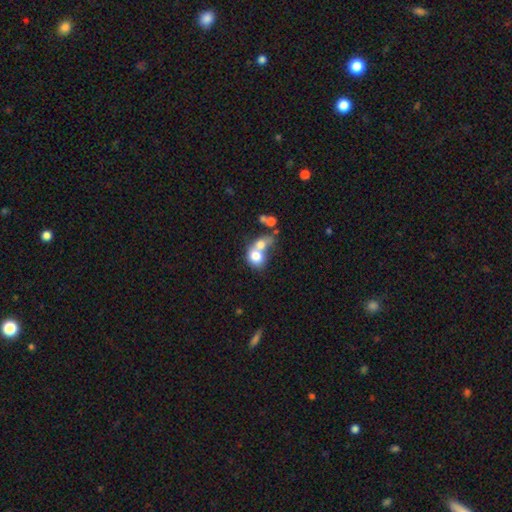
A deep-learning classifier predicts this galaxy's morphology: type=smooth (70%); roundness=round (53%); merging=merger (69%).